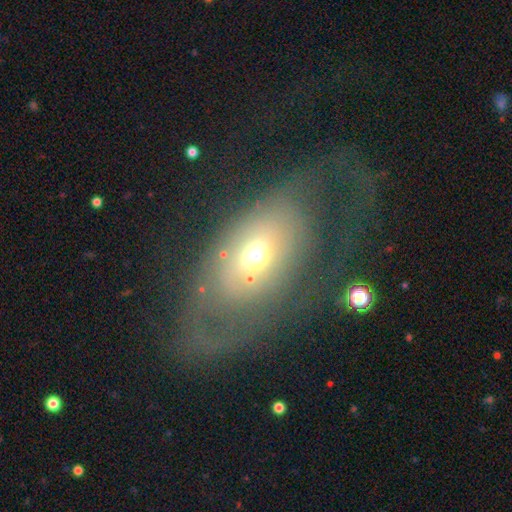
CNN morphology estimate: Smooth or featured? smooth (48%)
Merging? major disturbance (41%)